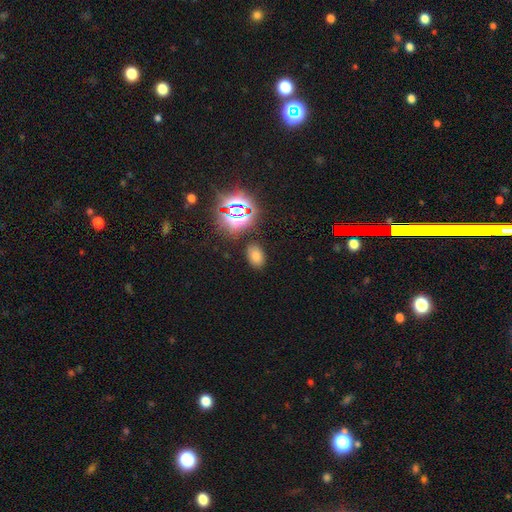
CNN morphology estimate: smooth_or_featured: smooth (p=0.65) [alt: star or artifact p=0.27]
how_rounded: in between (p=0.82) [alt: round p=0.17]
merging: none (p=0.86) [alt: minor disturbance p=0.09]